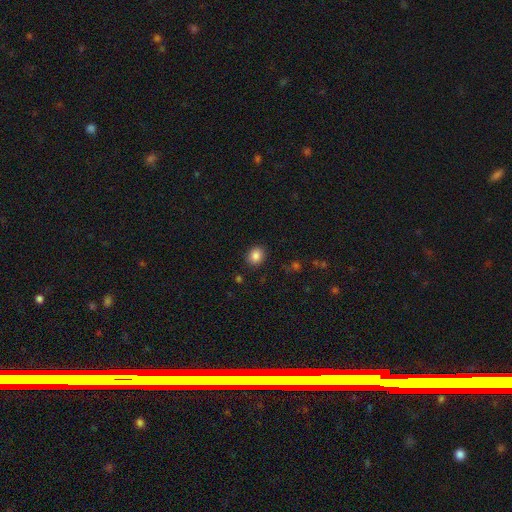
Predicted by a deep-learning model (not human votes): A smooth galaxy with no disk features (86%) that is round (59%).

Vote fractions:
- Smooth or featured? smooth: 86% / star or artifact: 9% / featured or disk: 5%
- How rounded? round: 59% / in between: 40% / cigar-shaped: 1%
- Merging? none: 89% / minor disturbance: 8% / major disturbance: 2% / merger: 1%